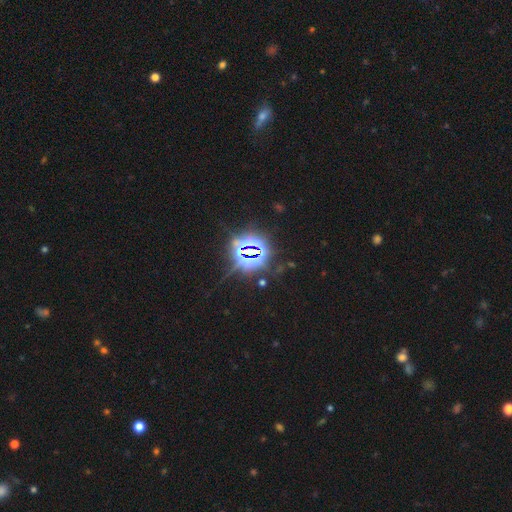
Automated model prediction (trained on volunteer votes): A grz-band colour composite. It shows a star or artifact, not a galaxy (83%).